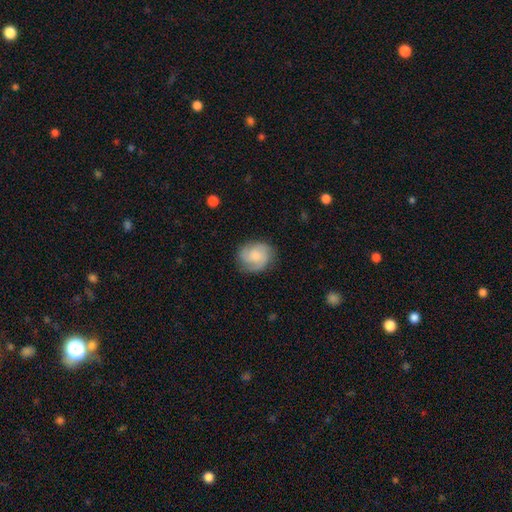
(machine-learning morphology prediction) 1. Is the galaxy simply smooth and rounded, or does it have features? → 58% featured or disk, 36% smooth, 7% star or artifact.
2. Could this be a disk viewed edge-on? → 98% no, 2% yes.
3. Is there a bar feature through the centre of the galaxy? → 73% no, 24% weak, 3% strong.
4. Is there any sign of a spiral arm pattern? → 92% yes, 8% no.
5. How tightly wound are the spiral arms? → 46% tight, 42% medium, 12% loose.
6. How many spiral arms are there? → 41% 3, 25% 2, 18% can't tell, 7% 4, 5% 1, 4% more than 4.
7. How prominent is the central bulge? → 43% small, 40% moderate, 9% none, 6% large, 2% dominant.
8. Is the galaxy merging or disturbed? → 77% none, 17% minor disturbance, 5% major disturbance, 1% merger.